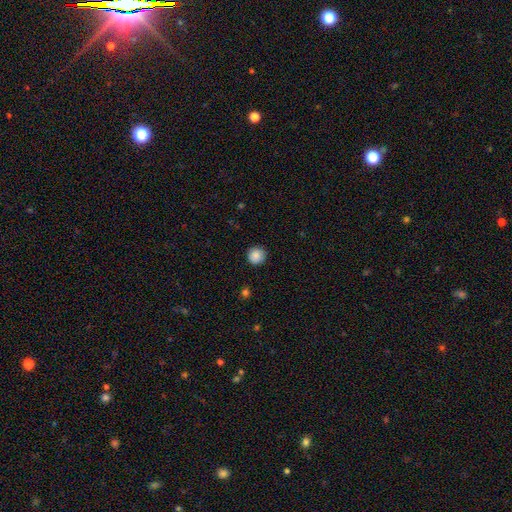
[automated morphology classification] Overall: smooth (87%). How rounded: round (94%). Merging: none (90%).